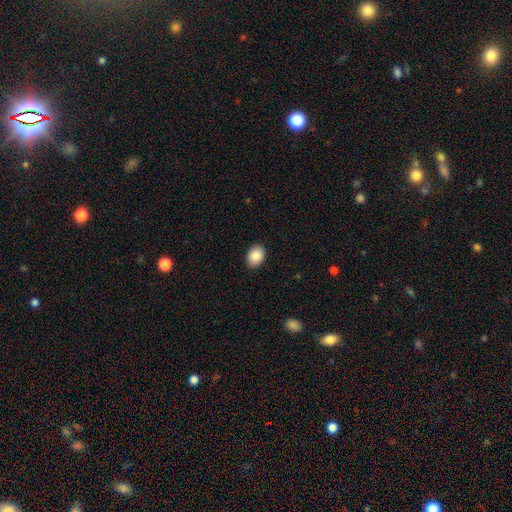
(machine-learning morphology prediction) smooth_or_featured: smooth (p=0.88) [alt: star or artifact p=0.07]
how_rounded: in between (p=0.73) [alt: round p=0.26]
merging: none (p=0.90) [alt: minor disturbance p=0.07]